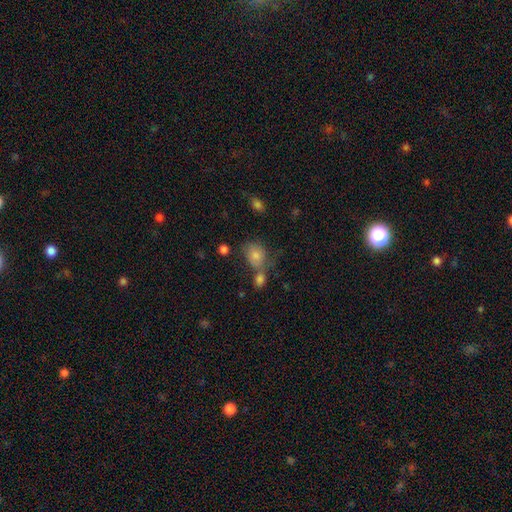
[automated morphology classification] smooth_or_featured: smooth (p=0.73) [alt: star or artifact p=0.14]
how_rounded: round (p=0.55) [alt: in between p=0.44]
merging: none (p=0.52) [alt: merger p=0.24]